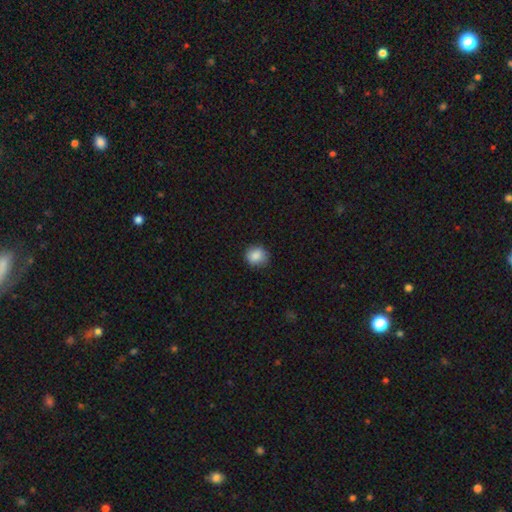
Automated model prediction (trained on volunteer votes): smooth-or-featured: smooth: 86% | star or artifact: 9% | featured or disk: 5%
  how-rounded: round: 82% | in between: 17% | cigar-shaped: 1%
  merging: none: 82% | minor disturbance: 14% | major disturbance: 3% | merger: 1%